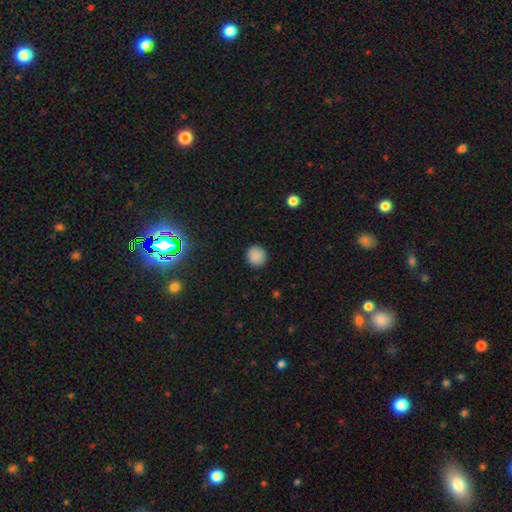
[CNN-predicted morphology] This appears to be a smooth galaxy with no disk features (87%) that is round (93%). Merging: none (90%).